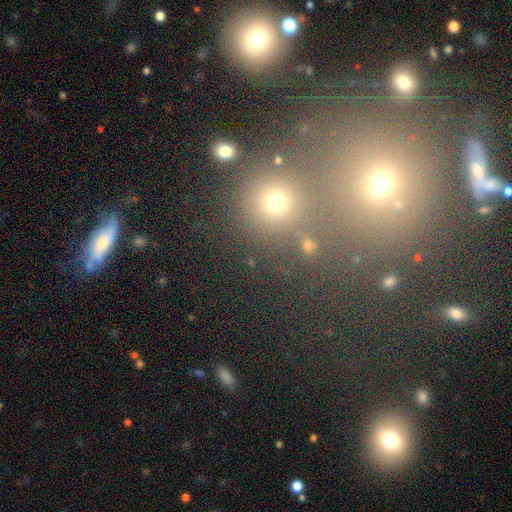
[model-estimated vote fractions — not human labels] The model was most divided on "smooth or featured": smooth: 55%, star or artifact: 35%, featured or disk: 10%. More confident: how rounded — round (86%); merging — none (72%).